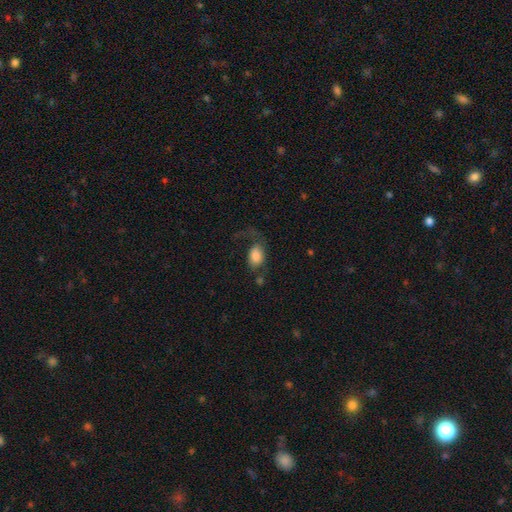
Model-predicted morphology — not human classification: smooth_or_featured: smooth (p=0.75) [alt: featured or disk p=0.17]
how_rounded: in between (p=0.86) [alt: round p=0.12]
merging: none (p=0.38) [alt: major disturbance p=0.36]